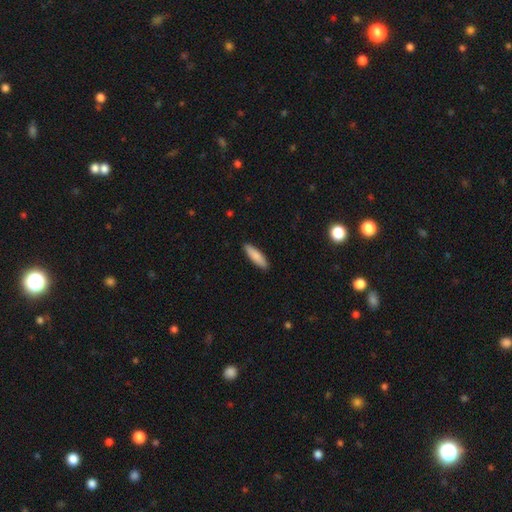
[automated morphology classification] Smooth or featured: smooth — 85% (featured or disk — 9%)
How rounded: cigar-shaped — 68% (in between — 30%)
Merging: none — 90% (minor disturbance — 7%)